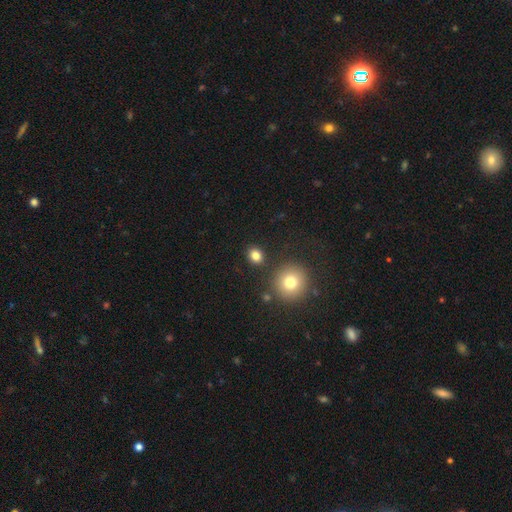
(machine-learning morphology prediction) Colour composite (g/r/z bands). It shows a smooth galaxy with no disk features (82%) that is round (69%). Merging: none (86%).